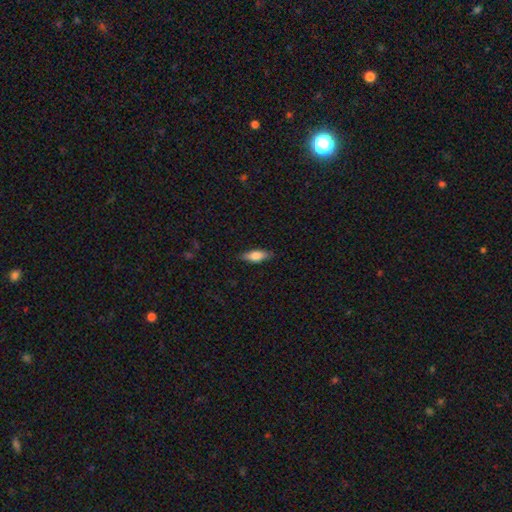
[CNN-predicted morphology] Overall: smooth (71%). How rounded: in between (67%; cigar-shaped 30%). Merging: none (84%).